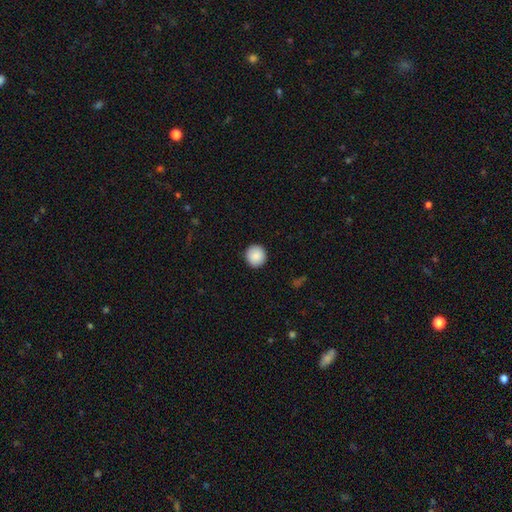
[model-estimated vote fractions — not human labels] Smooth or featured: smooth — 89% (star or artifact — 7%)
How rounded: round — 93% (in between — 6%)
Merging: none — 92% (minor disturbance — 5%)